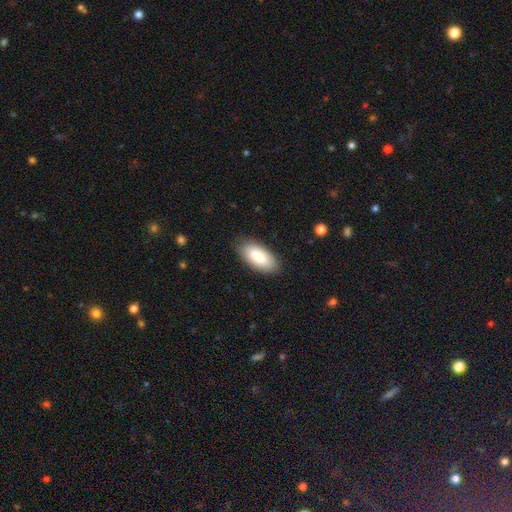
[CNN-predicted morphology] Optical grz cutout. It shows a smooth galaxy with no disk features (85%) that is in between round and cigar-shaped (92%). Merging: none (86%).